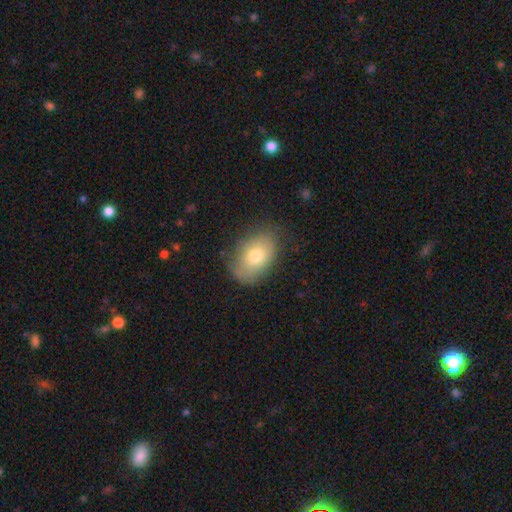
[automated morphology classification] smooth-or-featured: smooth: 73% | featured or disk: 18% | star or artifact: 9%
  how-rounded: in between: 83% | round: 15% | cigar-shaped: 1%
  merging: none: 75% | minor disturbance: 19% | major disturbance: 5% | merger: 1%